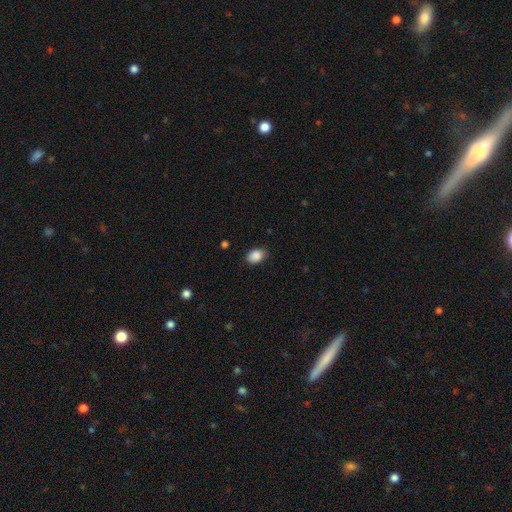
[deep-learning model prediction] The model was most divided on "how rounded": in between: 78%, round: 21%, cigar-shaped: 1%. More confident: smooth or featured — smooth (88%); merging — none (83%).